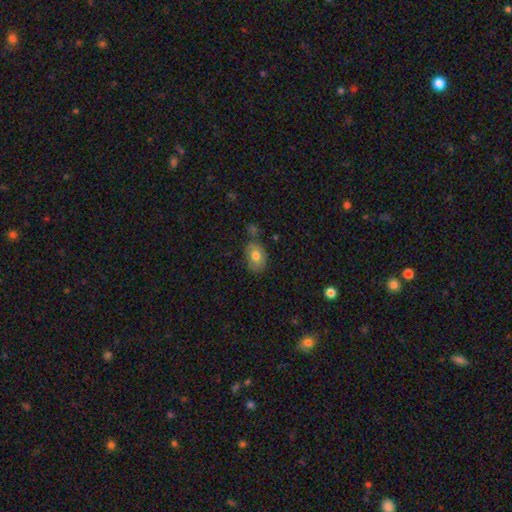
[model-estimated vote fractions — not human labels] smooth_or_featured: smooth (p=0.73) [alt: featured or disk p=0.19]
how_rounded: in between (p=0.81) [alt: round p=0.17]
merging: none (p=0.64) [alt: minor disturbance p=0.23]